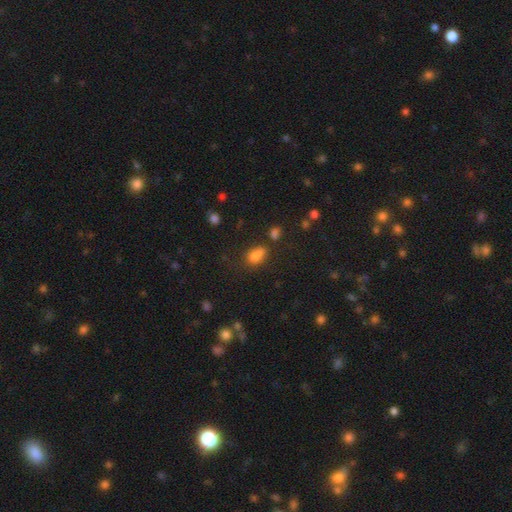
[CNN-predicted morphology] smooth_or_featured: smooth (p=0.77) [alt: star or artifact p=0.14]
how_rounded: in between (p=0.75) [alt: round p=0.20]
merging: none (p=0.41) [alt: merger p=0.25]